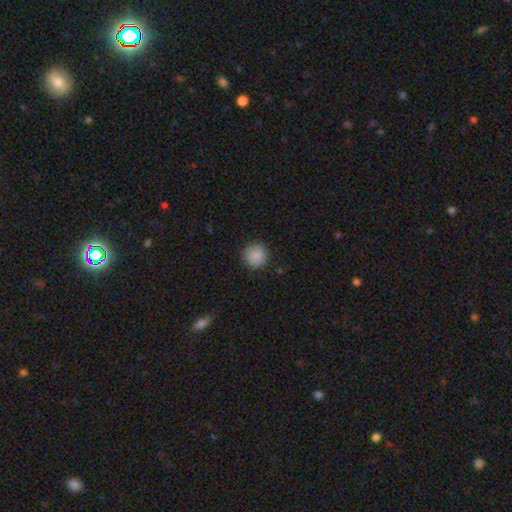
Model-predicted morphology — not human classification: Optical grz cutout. It shows a smooth galaxy with no disk features (88%) that is round (94%). Merging: none (90%).